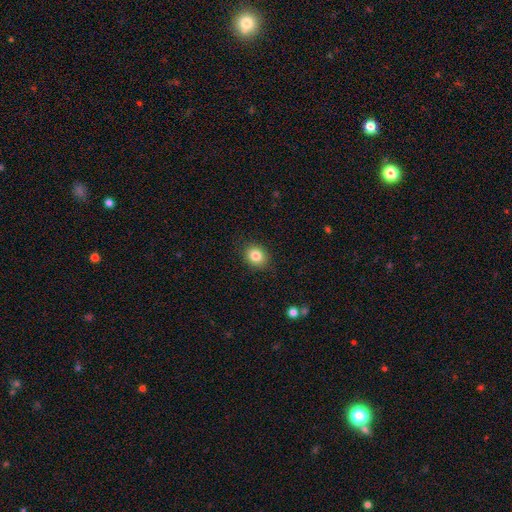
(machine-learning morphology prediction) smooth_or_featured: smooth (p=0.84) [alt: star or artifact p=0.10]
how_rounded: round (p=0.65) [alt: in between p=0.34]
merging: none (p=0.89) [alt: minor disturbance p=0.08]